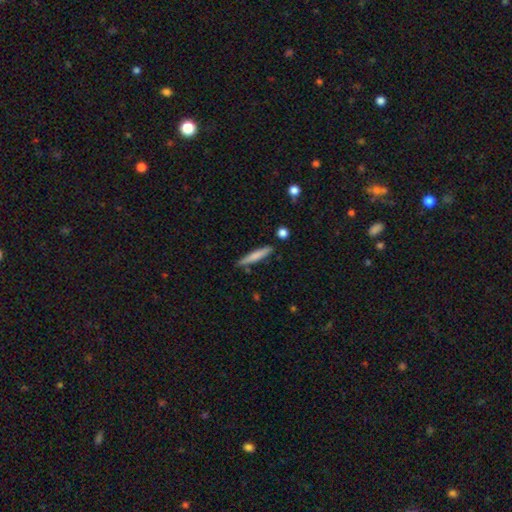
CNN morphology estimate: Smooth or featured? Predicted: smooth (p=0.70). How rounded? Predicted: cigar-shaped (p=0.93). Merging? Predicted: none (p=0.82).